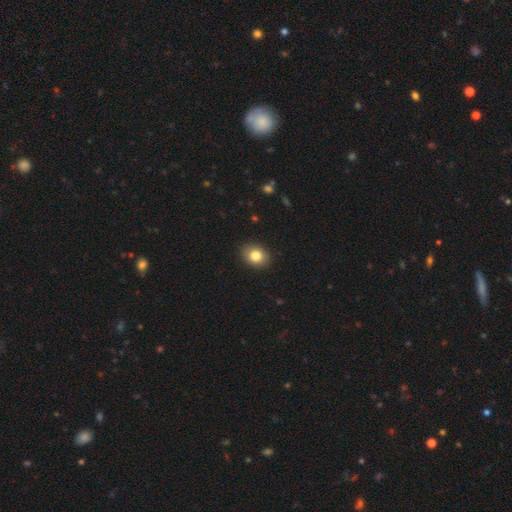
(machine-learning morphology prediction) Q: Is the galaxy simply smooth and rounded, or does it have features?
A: smooth — 83%.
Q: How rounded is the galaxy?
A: in between — 56%.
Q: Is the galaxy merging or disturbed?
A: none — 90%.